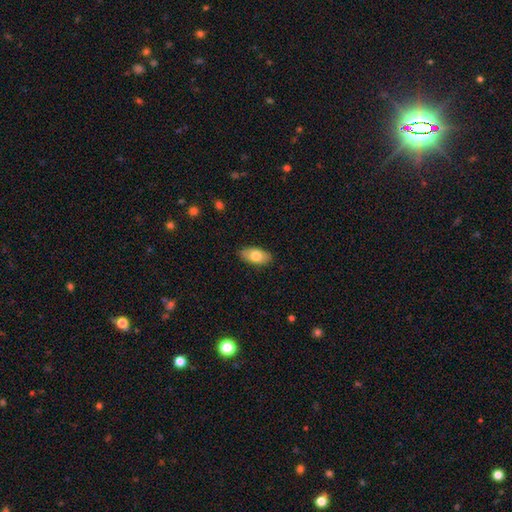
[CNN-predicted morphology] Smooth or featured? Predicted: smooth (p=0.76). How rounded? Predicted: in between (p=0.92). Merging? Predicted: none (p=0.87).